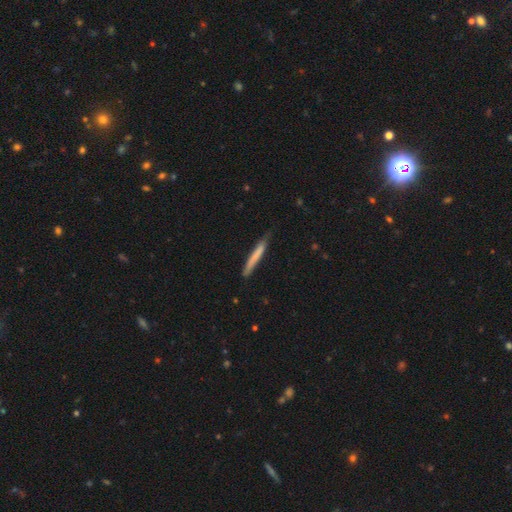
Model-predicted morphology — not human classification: Smooth or featured: smooth — 71% (featured or disk — 23%)
How rounded: cigar-shaped — 96% (in between — 3%)
Merging: none — 77% (minor disturbance — 19%)